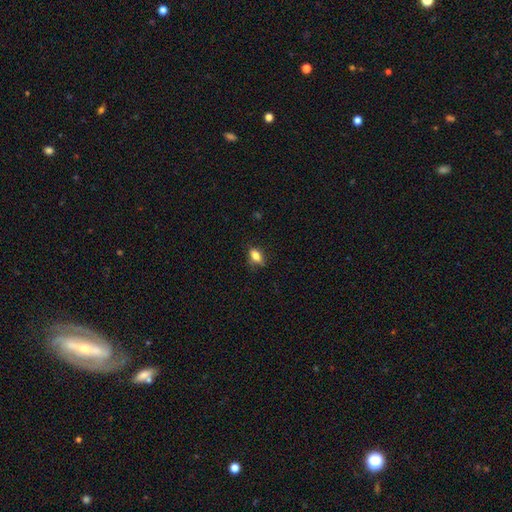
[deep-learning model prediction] Overall: smooth (79%). How rounded: in between (82%). Merging: none (71%).